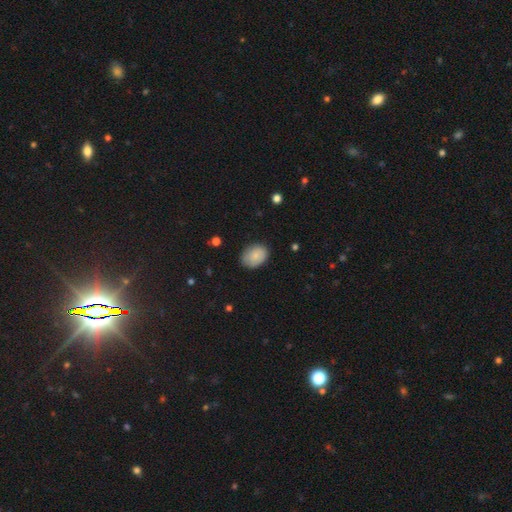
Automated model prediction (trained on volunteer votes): The model was most divided on "how rounded": in between: 77%, round: 22%, cigar-shaped: 1%. More confident: smooth or featured — smooth (83%); merging — none (81%).